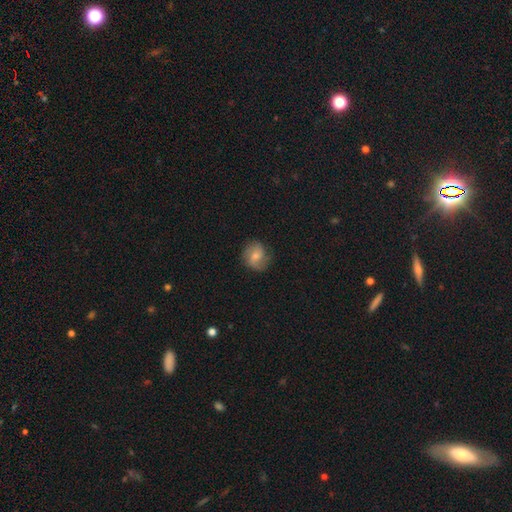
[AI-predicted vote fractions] A smooth galaxy with no disk features (51%) that is round (73%).

Vote fractions:
- Smooth or featured? smooth: 51% / featured or disk: 41% / star or artifact: 8%
- How rounded? round: 73% / in between: 26% / cigar-shaped: 1%
- Merging? none: 71% / minor disturbance: 21% / major disturbance: 7% / merger: 1%